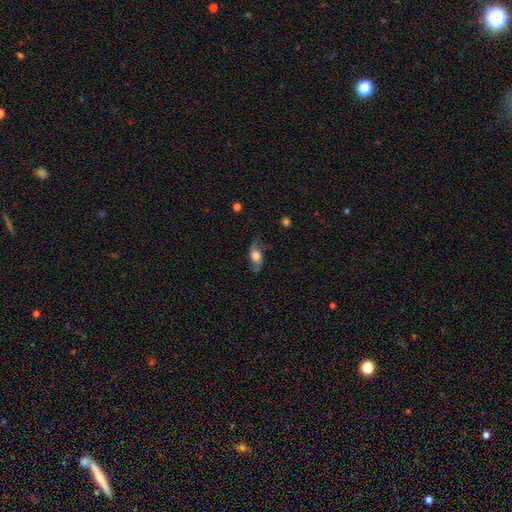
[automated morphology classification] This appears to be a smooth galaxy with no disk features (53%) that is in between round and cigar-shaped (80%). Merging: none (66%).